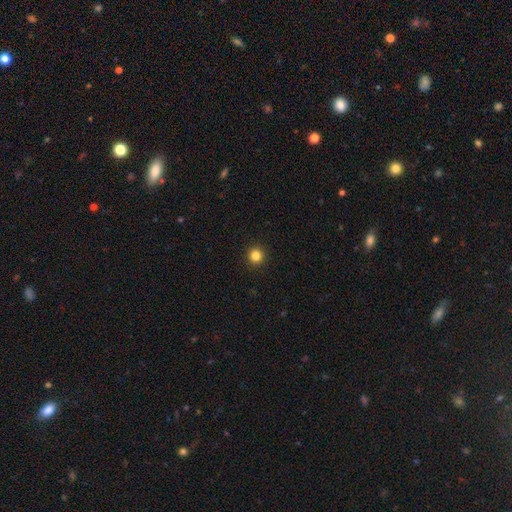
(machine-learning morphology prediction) smooth 84%, star or artifact 12%, featured or disk 4%. Down the decision tree: how rounded — round (94%); merging — none (93%).